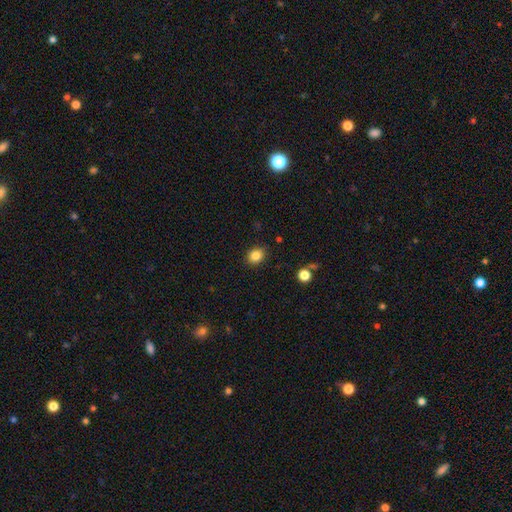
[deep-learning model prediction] This is clearly a smooth galaxy (85%). How rounded: possibly round (58%). Merging: clearly none (87%).